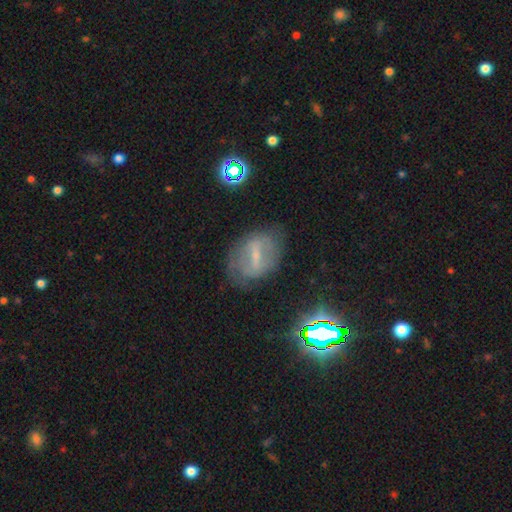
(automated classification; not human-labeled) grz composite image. It shows a featured or disk galaxy (60%) with a strong bar (62%), no spiral arms (53%) and a small central bulge (50%). Merging: none (73%).